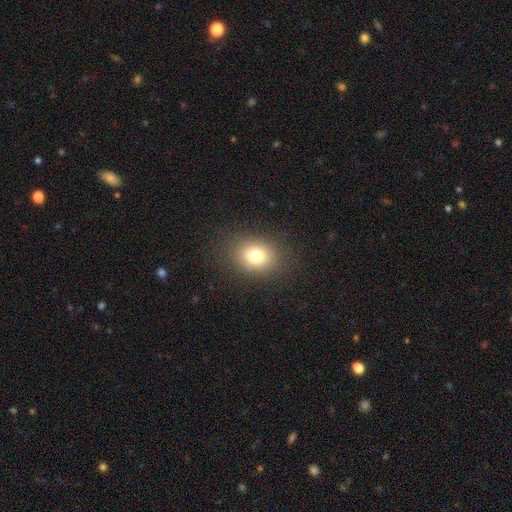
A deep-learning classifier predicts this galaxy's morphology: smooth_or_featured: smooth (p=0.77) [alt: star or artifact p=0.13]
how_rounded: round (p=0.54) [alt: in between p=0.45]
merging: none (p=0.87) [alt: minor disturbance p=0.08]